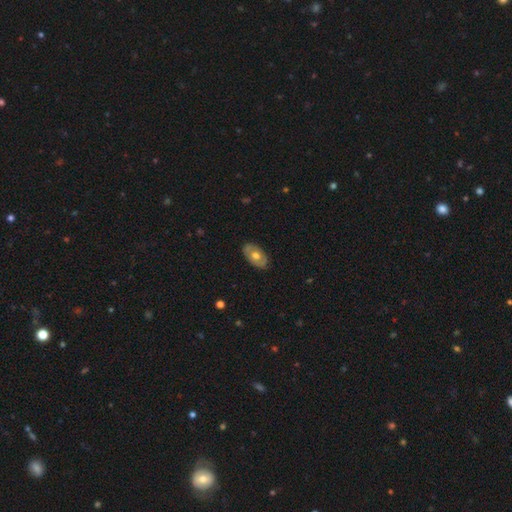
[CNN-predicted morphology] Q: Smooth or featured?
A: featured or disk (48%); runner-up: smooth (47%)
Q: Merging?
A: none (83%); runner-up: minor disturbance (13%)